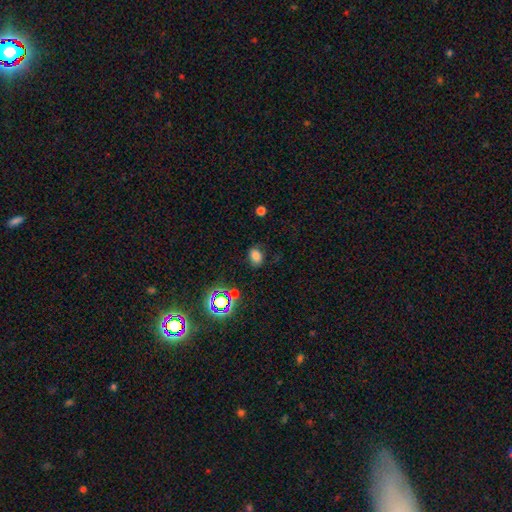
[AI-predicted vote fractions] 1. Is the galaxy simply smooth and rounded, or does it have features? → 73% smooth, 19% star or artifact, 8% featured or disk.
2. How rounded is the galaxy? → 70% in between, 29% round, 1% cigar-shaped.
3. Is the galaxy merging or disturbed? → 74% none, 18% minor disturbance, 6% major disturbance, 2% merger.